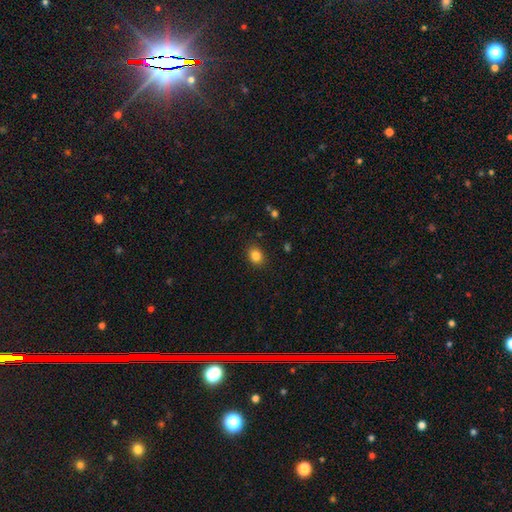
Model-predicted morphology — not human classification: smooth_or_featured: smooth (p=0.84) [alt: star or artifact p=0.10]
how_rounded: in between (p=0.53) [alt: round p=0.46]
merging: none (p=0.88) [alt: minor disturbance p=0.09]